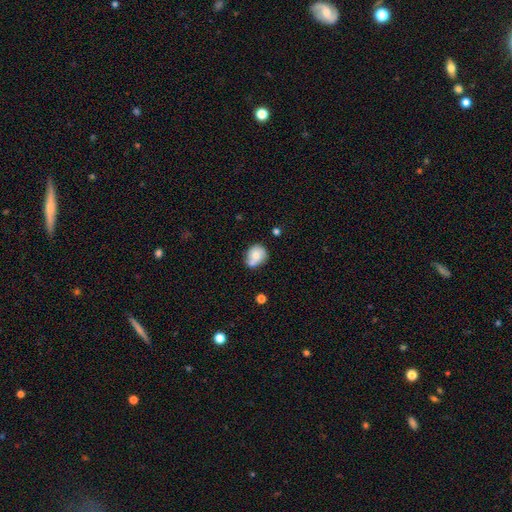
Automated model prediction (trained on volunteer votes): smooth-or-featured: smooth: 69% | featured or disk: 22% | star or artifact: 8%
  how-rounded: round: 62% | in between: 37% | cigar-shaped: 1%
  merging: none: 47% | merger: 27% | minor disturbance: 21% | major disturbance: 6%